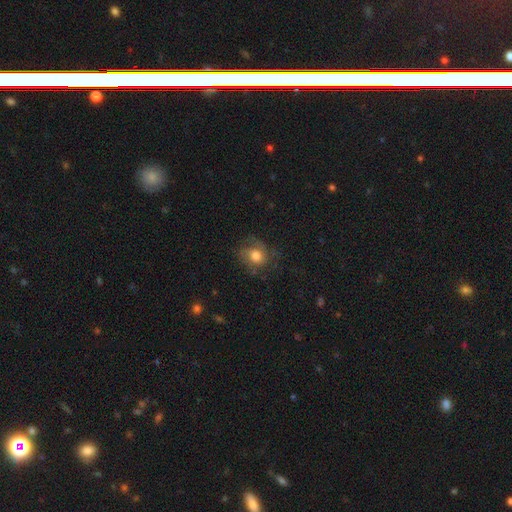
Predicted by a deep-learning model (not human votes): smooth 56%, featured or disk 34%, star or artifact 10%. Down the decision tree: how rounded — round (65%); merging — none (58%).